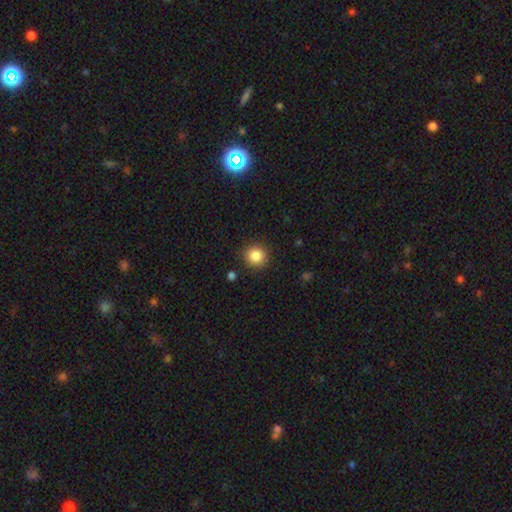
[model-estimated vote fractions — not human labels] A smooth galaxy with no disk features (86%) that is round (93%). Merging: none (90%).